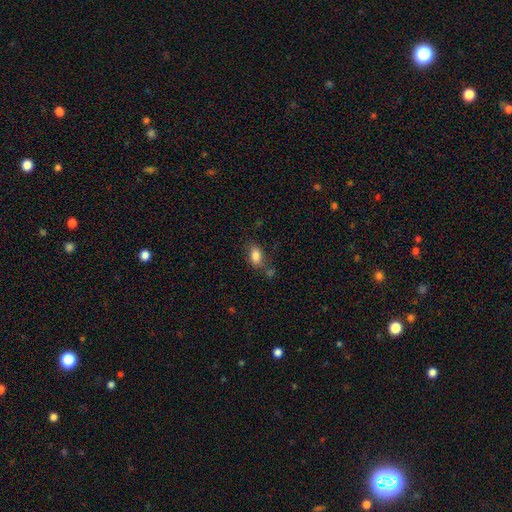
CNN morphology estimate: Smooth or featured?
  - smooth: 84% *
  - star or artifact: 9%
  - featured or disk: 8%
How rounded?
  - in between: 87% *
  - round: 10%
  - cigar-shaped: 3%
Merging?
  - none: 66% *
  - minor disturbance: 18%
  - merger: 10%
  - major disturbance: 6%